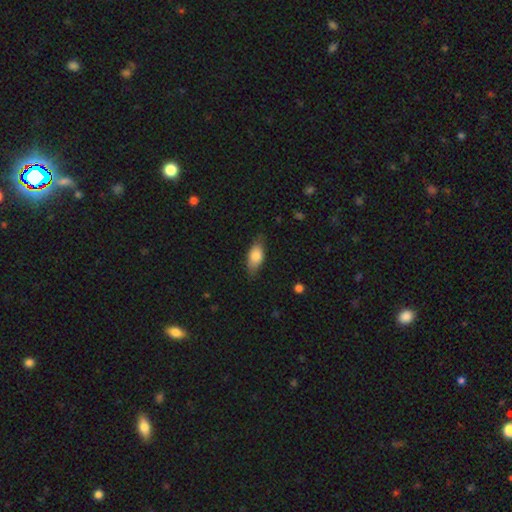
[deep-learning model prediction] Smooth or featured?
  - smooth: 79% *
  - featured or disk: 14%
  - star or artifact: 7%
How rounded?
  - in between: 85% *
  - cigar-shaped: 12%
  - round: 3%
Merging?
  - none: 73% *
  - minor disturbance: 21%
  - major disturbance: 4%
  - merger: 1%